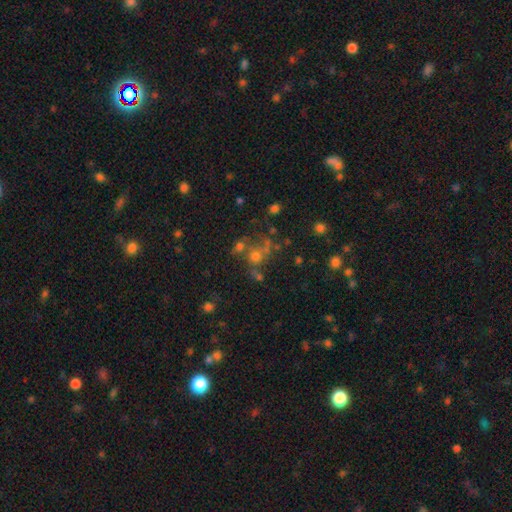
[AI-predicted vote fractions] A smooth galaxy with no disk features (55%) that is round (82%).

Vote fractions:
- Smooth or featured? smooth: 55% / star or artifact: 28% / featured or disk: 18%
- How rounded? round: 82% / in between: 16% / cigar-shaped: 1%
- Merging? none: 51% / merger: 29% / minor disturbance: 11% / major disturbance: 9%